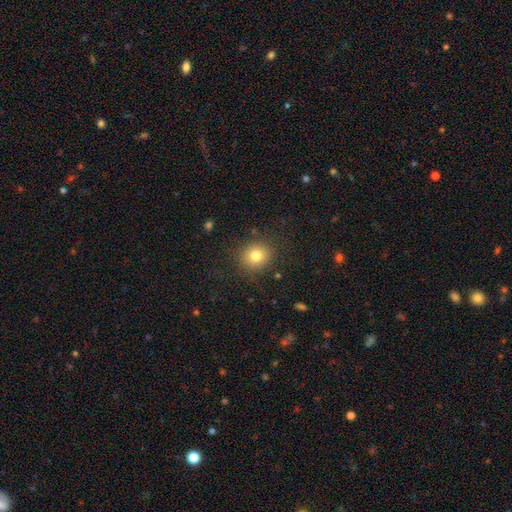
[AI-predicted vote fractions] This appears to be a smooth galaxy with no disk features (79%) that is round (80%). Merging: none (87%).